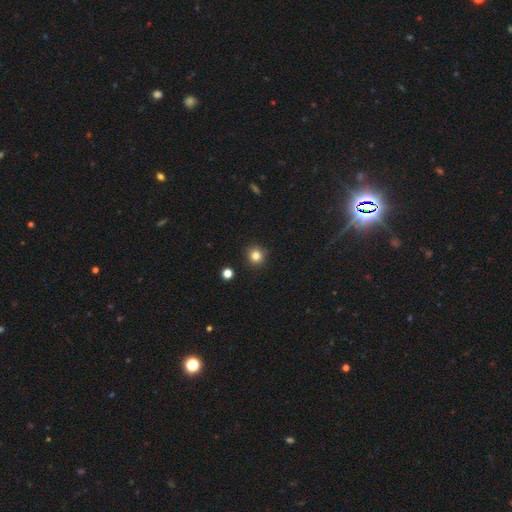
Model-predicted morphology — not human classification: A smooth galaxy with no disk features (82%) that is round (94%). Merging: none (90%).